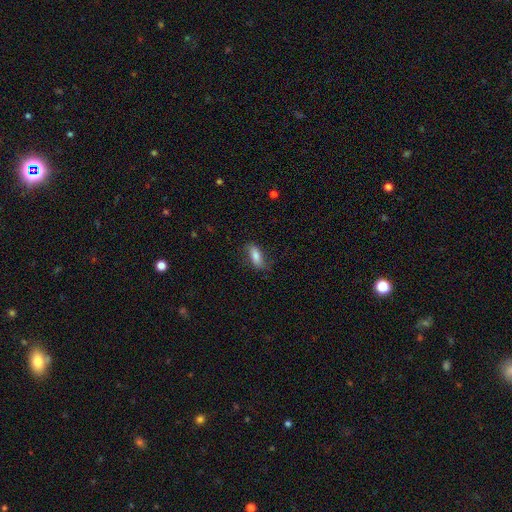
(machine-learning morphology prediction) This appears to be a smooth galaxy with no disk features (74%) that is in between round and cigar-shaped (73%). Merging: none (73%).